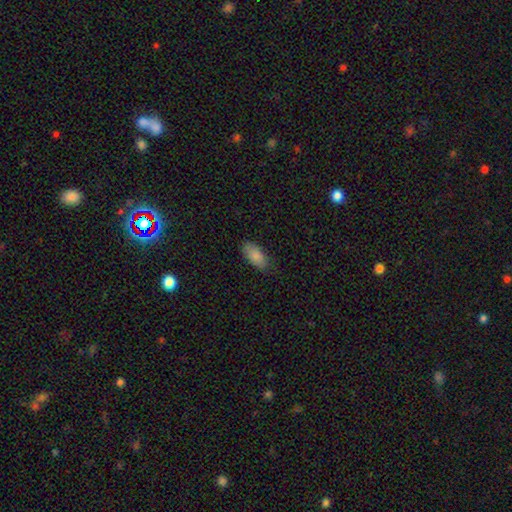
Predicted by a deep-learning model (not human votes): Q: Smooth or featured?
A: smooth (87%); runner-up: star or artifact (6%)
Q: How rounded?
A: in between (90%); runner-up: cigar-shaped (8%)
Q: Merging?
A: none (81%); runner-up: minor disturbance (15%)